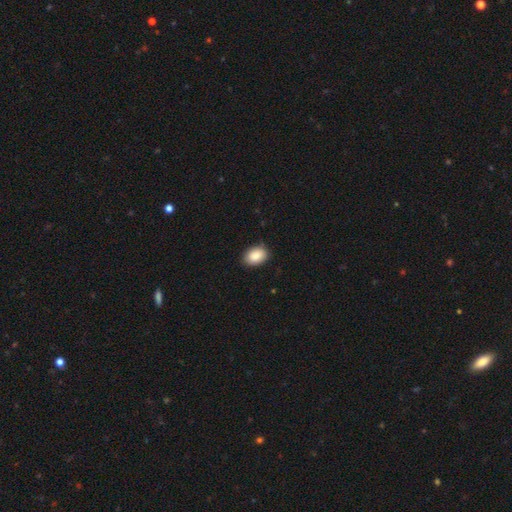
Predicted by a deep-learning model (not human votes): smooth_or_featured: smooth (p=0.88) [alt: star or artifact p=0.07]
how_rounded: in between (p=0.83) [alt: round p=0.16]
merging: none (p=0.84) [alt: minor disturbance p=0.13]